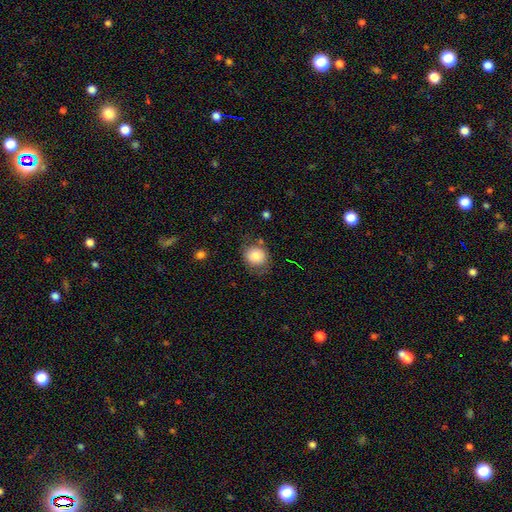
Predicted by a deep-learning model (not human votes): The model was most divided on "how rounded": round: 75%, in between: 24%, cigar-shaped: 1%. More confident: smooth or featured — smooth (80%); merging — none (72%).